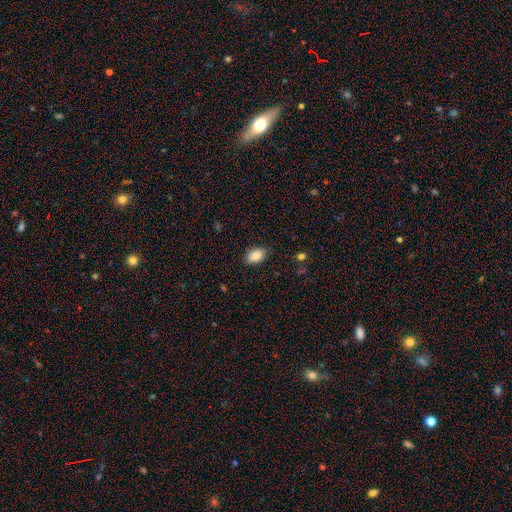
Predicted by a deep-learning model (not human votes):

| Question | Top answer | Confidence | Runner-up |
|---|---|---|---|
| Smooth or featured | smooth | 88% | star or artifact (8%) |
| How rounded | in between | 89% | round (10%) |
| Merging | none | 84% | minor disturbance (12%) |